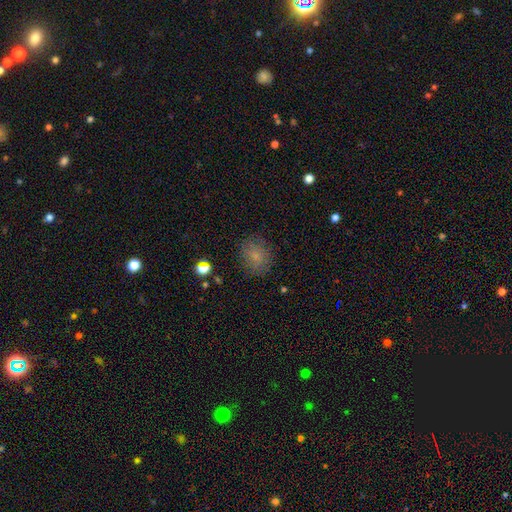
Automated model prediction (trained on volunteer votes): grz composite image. It shows a smooth galaxy with no disk features (76%) that is round (66%). Merging: none (81%).